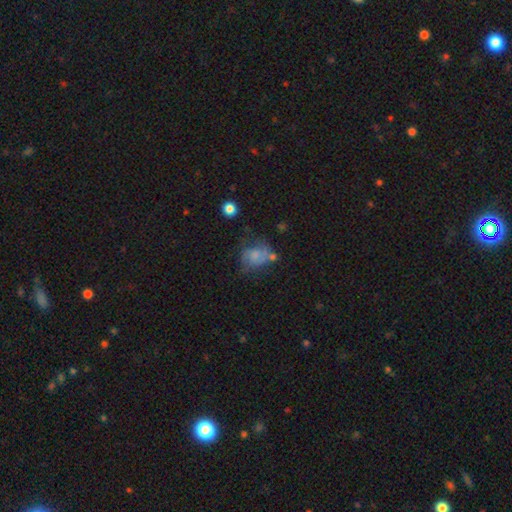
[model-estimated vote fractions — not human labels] A smooth galaxy with no disk features (51%) that is in between round and cigar-shaped (50%). Merging: none (35%).